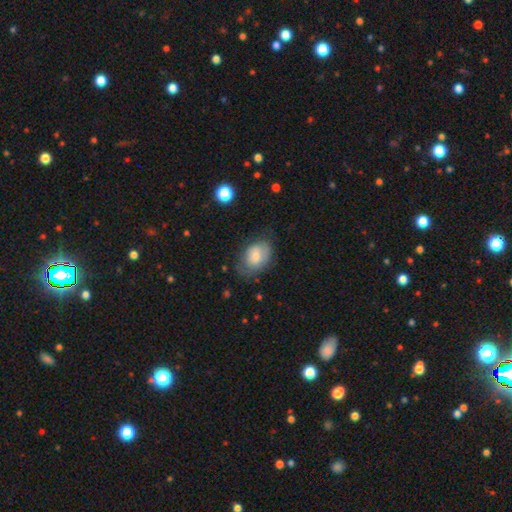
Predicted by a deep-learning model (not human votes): A smooth galaxy with no disk features (72%) that is in between round and cigar-shaped (80%).

Vote fractions:
- Smooth or featured? smooth: 72% / featured or disk: 20% / star or artifact: 8%
- How rounded? in between: 80% / round: 19% / cigar-shaped: 1%
- Merging? none: 57% / minor disturbance: 28% / major disturbance: 13% / merger: 2%